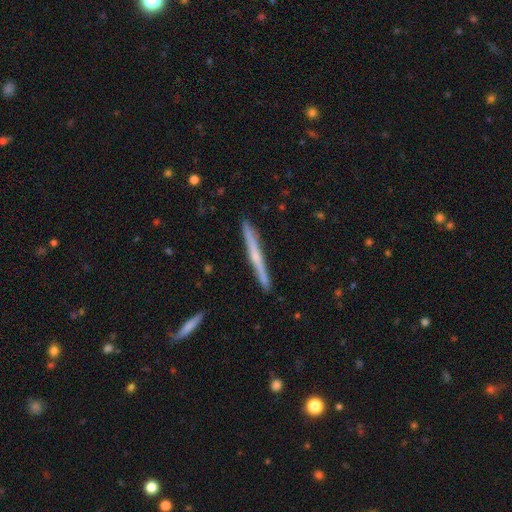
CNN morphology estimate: A featured or disk galaxy (57%) viewed edge-on (97%) with no central bulge (57%).

Vote fractions:
- Smooth or featured? featured or disk: 57% / smooth: 37% / star or artifact: 6%
- Edge-on disk? yes: 97% / no: 3%
- Edge-on bulge? none: 57% / rounded: 37% / boxy: 6%
- Merging? none: 90% / minor disturbance: 7% / major disturbance: 1% / merger: 1%